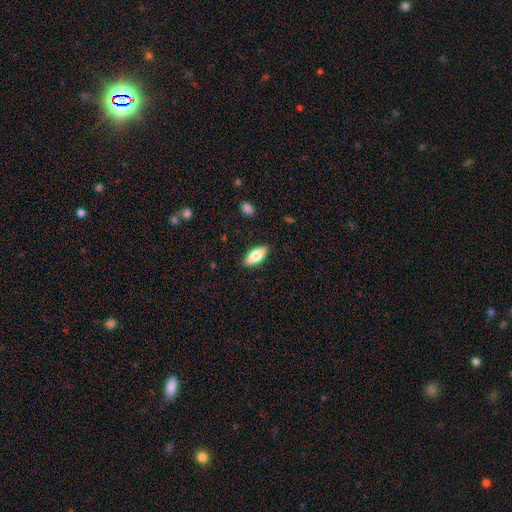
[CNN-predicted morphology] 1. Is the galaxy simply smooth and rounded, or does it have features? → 72% smooth, 22% featured or disk, 6% star or artifact.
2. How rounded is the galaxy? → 77% in between, 20% cigar-shaped, 2% round.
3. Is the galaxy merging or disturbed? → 87% none, 9% minor disturbance, 2% major disturbance, 1% merger.